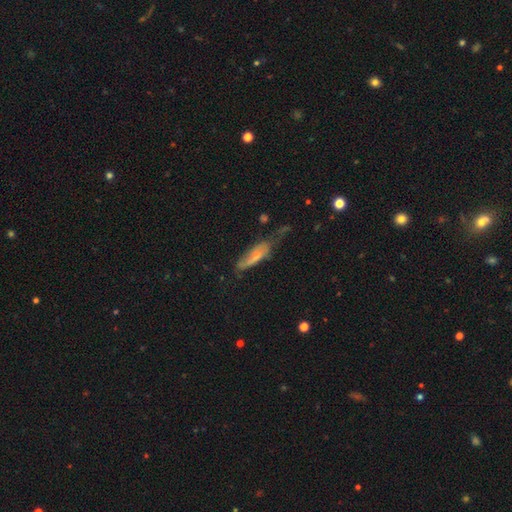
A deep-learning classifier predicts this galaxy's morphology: A smooth galaxy with no disk features (56%) that is cigar-shaped (56%). Merging: none (34%).